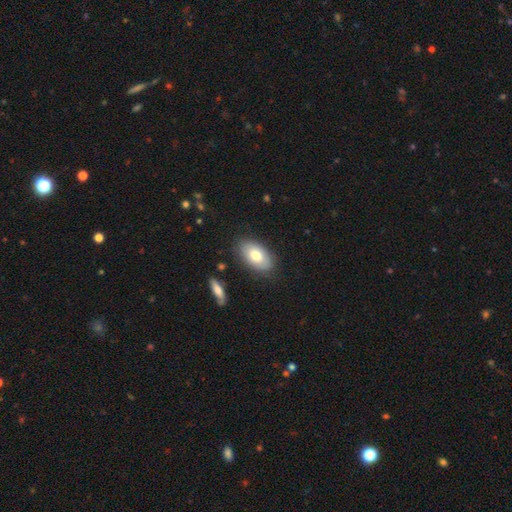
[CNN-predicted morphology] The model was most divided on "smooth or featured": smooth: 72%, featured or disk: 22%, star or artifact: 6%. More confident: how rounded — in between (93%); merging — none (83%).